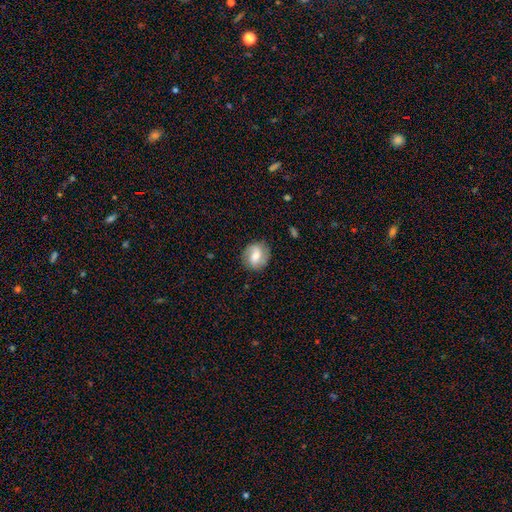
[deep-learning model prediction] Smooth or featured? Predicted: smooth (p=0.55). How rounded? Predicted: round (p=0.63). Merging? Predicted: none (p=0.81).